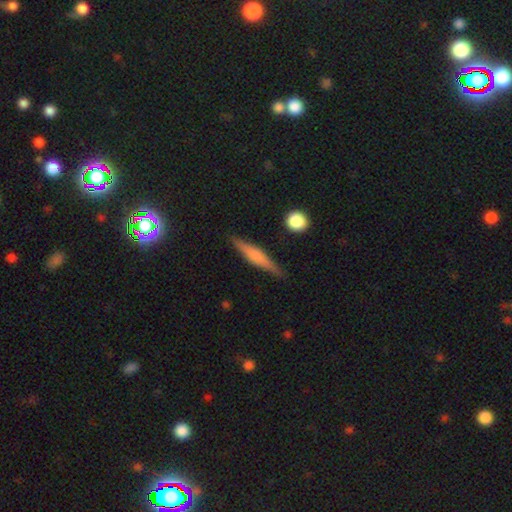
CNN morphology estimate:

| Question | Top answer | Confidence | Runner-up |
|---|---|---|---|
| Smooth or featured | featured or disk | 54% | smooth (39%) |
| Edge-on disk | yes | 96% | no (4%) |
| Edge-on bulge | rounded | 57% | boxy (26%) |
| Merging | none | 86% | minor disturbance (10%) |